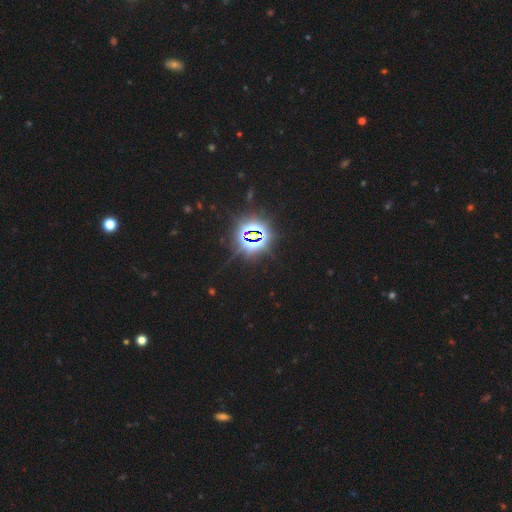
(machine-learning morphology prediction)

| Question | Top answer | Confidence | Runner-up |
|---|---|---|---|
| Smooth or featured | star or artifact | 84% | smooth (10%) |